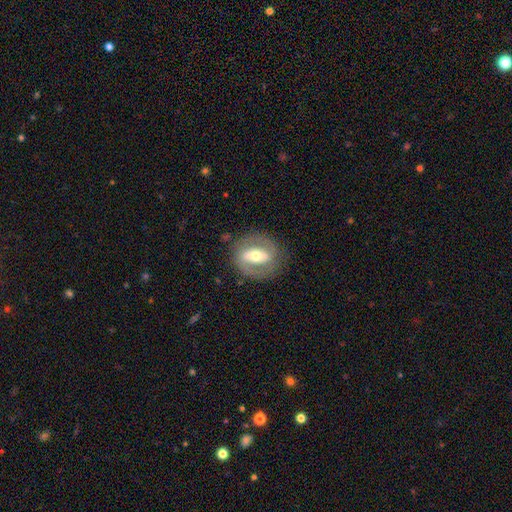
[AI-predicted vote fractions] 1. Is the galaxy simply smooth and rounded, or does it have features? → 71% featured or disk, 23% smooth, 6% star or artifact.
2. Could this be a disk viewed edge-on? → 93% no, 7% yes.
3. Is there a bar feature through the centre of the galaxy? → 50% strong, 28% weak, 23% no.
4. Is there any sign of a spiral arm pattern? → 60% yes, 40% no.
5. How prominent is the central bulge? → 63% moderate, 25% small, 9% large, 1% dominant, 1% none.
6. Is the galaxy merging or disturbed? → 79% none, 12% minor disturbance, 7% major disturbance, 1% merger.